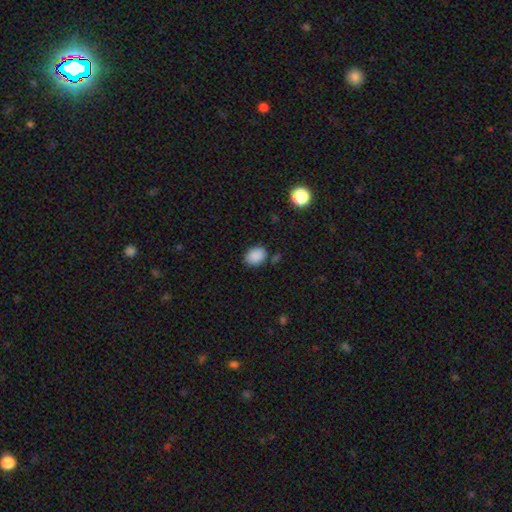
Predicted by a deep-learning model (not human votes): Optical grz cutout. It shows a smooth galaxy with no disk features (88%) that is in between round and cigar-shaped (73%). Merging: none (80%).